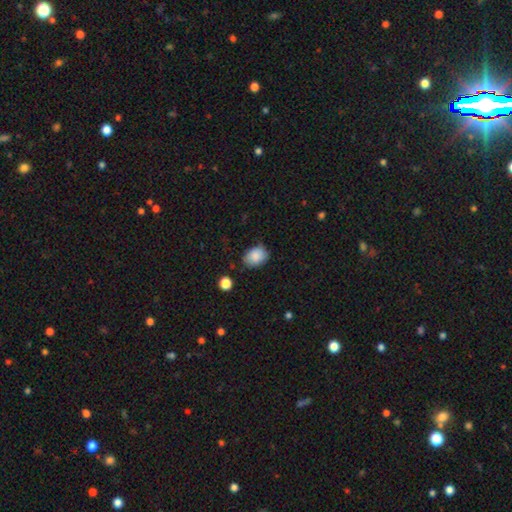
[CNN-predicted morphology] Smooth or featured?
  - smooth: 87% *
  - star or artifact: 8%
  - featured or disk: 6%
How rounded?
  - in between: 69% *
  - round: 30%
  - cigar-shaped: 1%
Merging?
  - none: 73% *
  - minor disturbance: 21%
  - major disturbance: 4%
  - merger: 2%